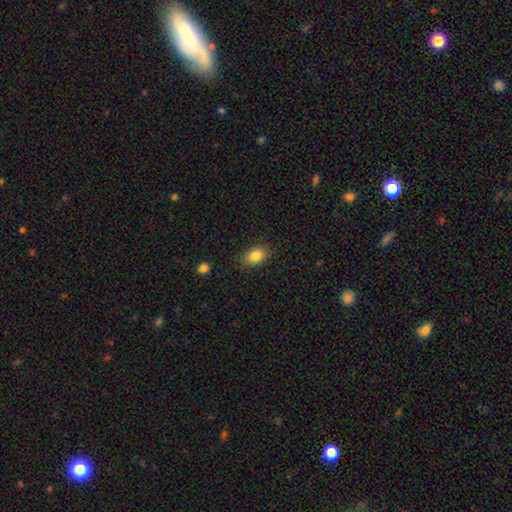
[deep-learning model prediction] This appears to be a smooth galaxy with no disk features (85%) that is in between round and cigar-shaped (82%). Merging: none (85%).